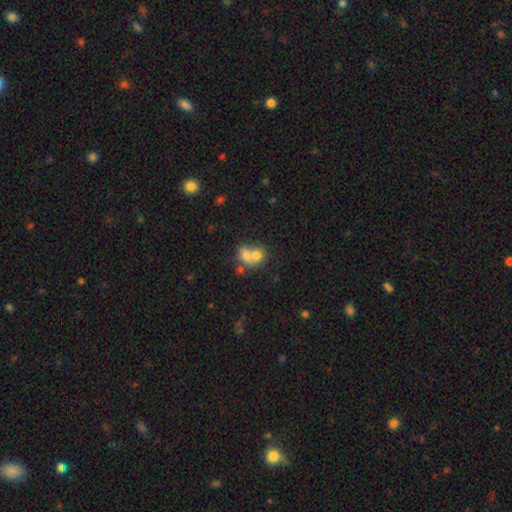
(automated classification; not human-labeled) The model was most divided on "how rounded": round: 53%, in between: 46%, cigar-shaped: 1%. More confident: smooth or featured — smooth (71%); merging — merger (66%).